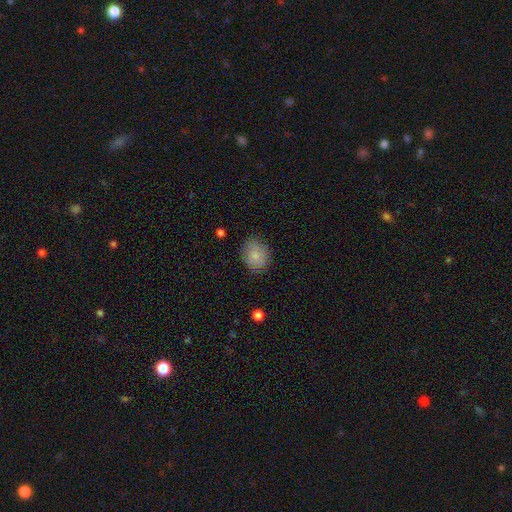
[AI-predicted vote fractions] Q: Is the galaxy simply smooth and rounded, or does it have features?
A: smooth — 81%.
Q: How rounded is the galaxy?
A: round — 57%.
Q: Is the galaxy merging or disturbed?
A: none — 76%.